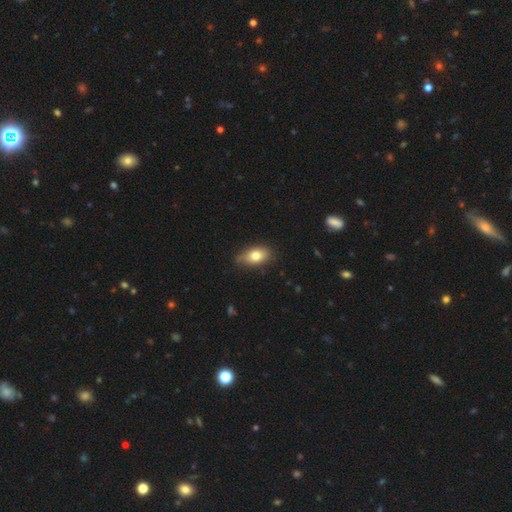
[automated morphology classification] smooth_or_featured: smooth (p=0.78) [alt: featured or disk p=0.14]
how_rounded: in between (p=0.89) [alt: round p=0.08]
merging: none (p=0.68) [alt: minor disturbance p=0.26]